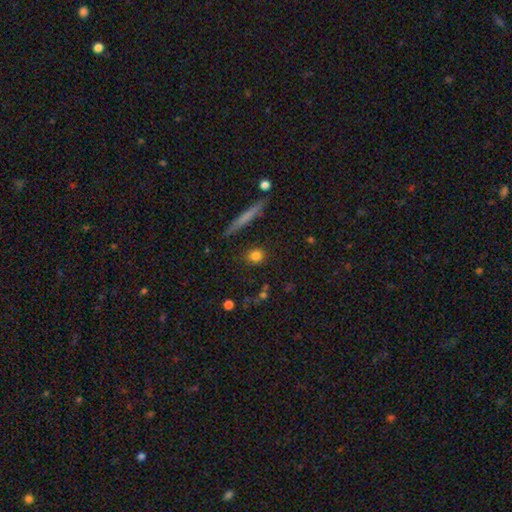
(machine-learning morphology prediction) Smooth or featured? Predicted: smooth (p=0.81). How rounded? Predicted: round (p=0.74). Merging? Predicted: none (p=0.84).